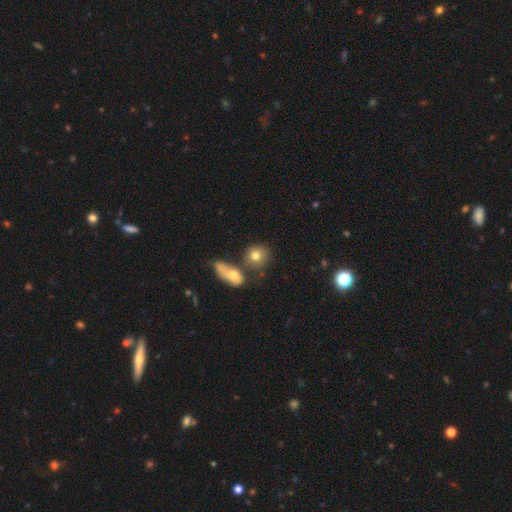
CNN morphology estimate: smooth_or_featured: smooth (p=0.76) [alt: featured or disk p=0.14]
how_rounded: round (p=0.76) [alt: in between p=0.22]
merging: none (p=0.54) [alt: merger p=0.28]